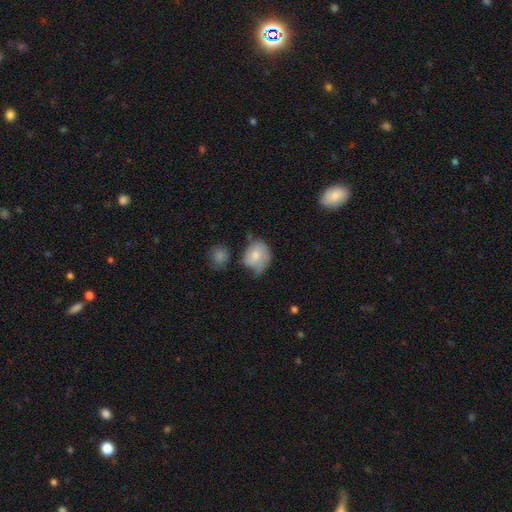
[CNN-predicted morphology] A smooth galaxy with no disk features (65%) that is round (56%). Merging: minor disturbance (37%).